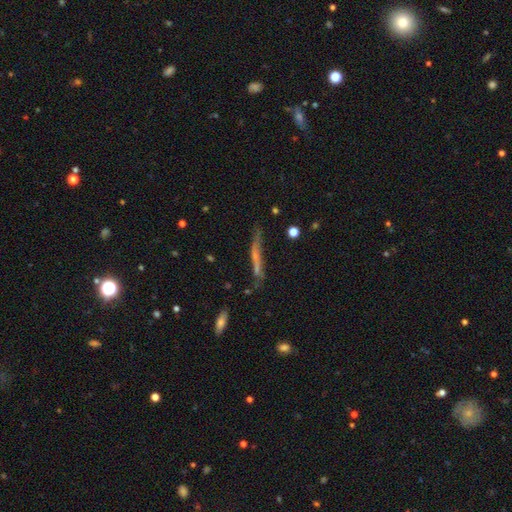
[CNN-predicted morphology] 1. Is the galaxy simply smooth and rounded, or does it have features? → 46% featured or disk, 43% smooth, 12% star or artifact.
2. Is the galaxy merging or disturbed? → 59% none, 24% minor disturbance, 11% major disturbance, 5% merger.